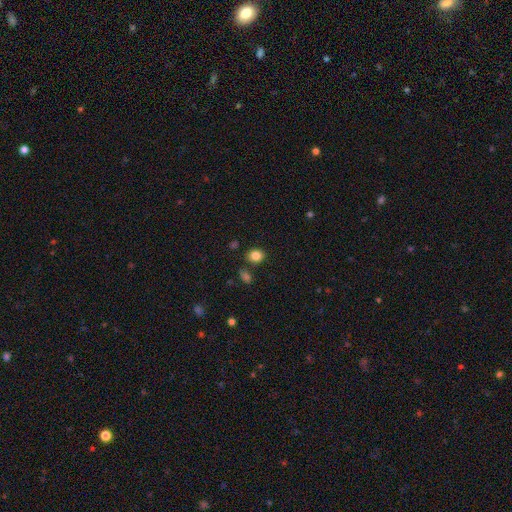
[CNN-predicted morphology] This appears to be a smooth galaxy with no disk features (84%) that is round (52%). Merging: none (79%).